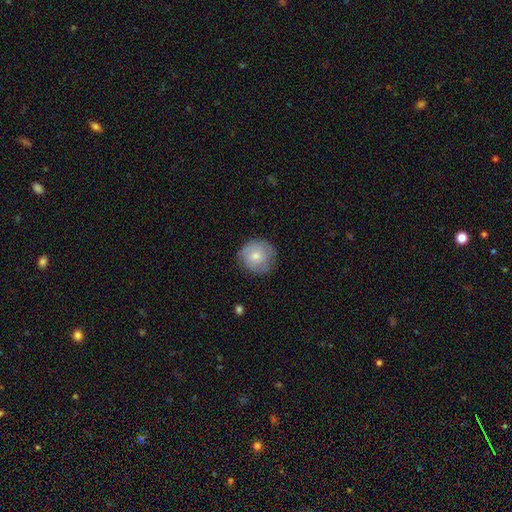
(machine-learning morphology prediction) A smooth galaxy with no disk features (71%) that is round (91%).

Vote fractions:
- Smooth or featured? smooth: 71% / featured or disk: 22% / star or artifact: 7%
- How rounded? round: 91% / in between: 8% / cigar-shaped: 1%
- Merging? none: 78% / minor disturbance: 16% / major disturbance: 4% / merger: 1%